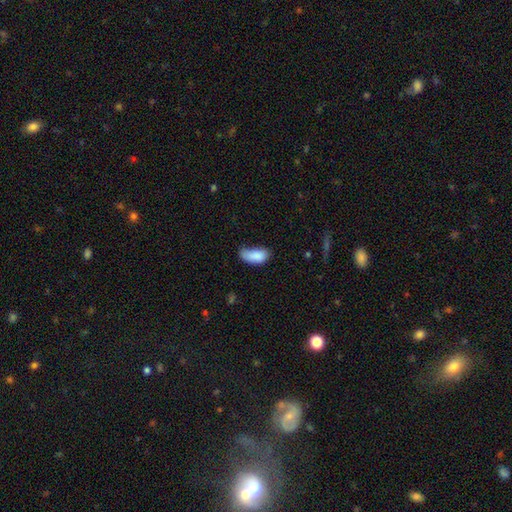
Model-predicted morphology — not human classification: Q: Smooth or featured?
A: smooth (86%); runner-up: star or artifact (7%)
Q: How rounded?
A: in between (92%); runner-up: cigar-shaped (5%)
Q: Merging?
A: none (43%); runner-up: minor disturbance (41%)